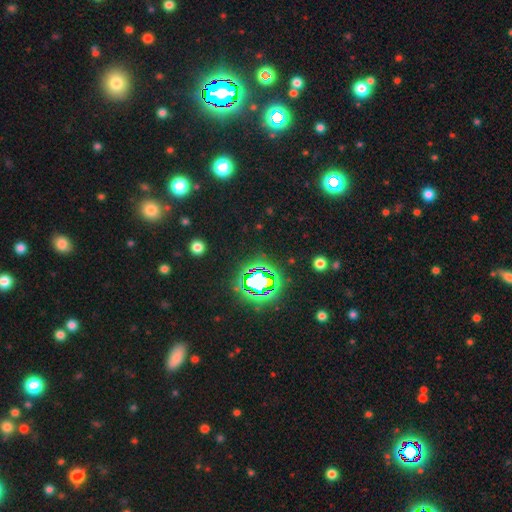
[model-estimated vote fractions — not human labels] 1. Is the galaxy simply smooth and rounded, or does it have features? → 78% star or artifact, 15% smooth, 7% featured or disk.